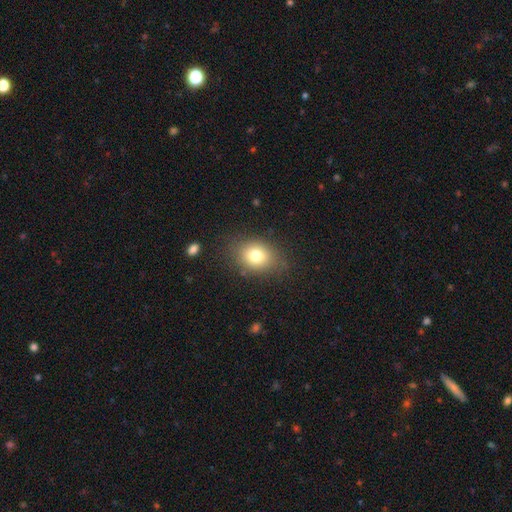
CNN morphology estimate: This appears to be a smooth galaxy with no disk features (76%) that is in between round and cigar-shaped (55%). Merging: none (80%).